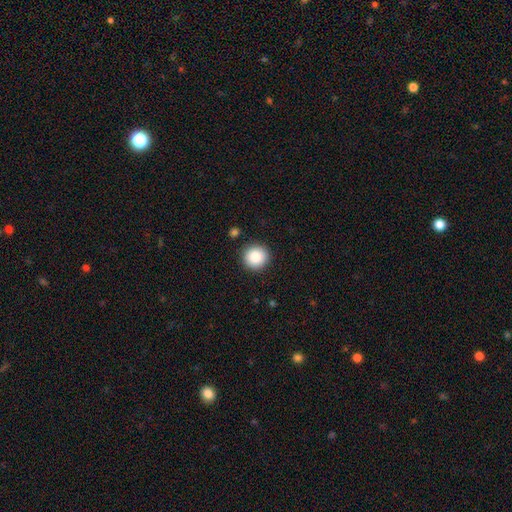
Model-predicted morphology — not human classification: A smooth galaxy with no disk features (87%) that is round (94%).

Vote fractions:
- Smooth or featured? smooth: 87% / star or artifact: 8% / featured or disk: 5%
- How rounded? round: 94% / in between: 5% / cigar-shaped: 1%
- Merging? none: 90% / minor disturbance: 6% / major disturbance: 2% / merger: 2%